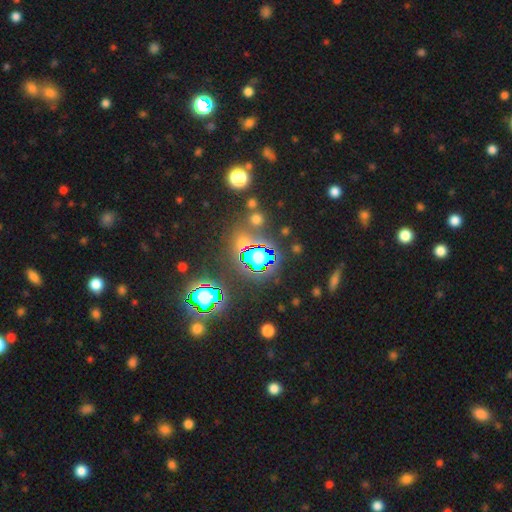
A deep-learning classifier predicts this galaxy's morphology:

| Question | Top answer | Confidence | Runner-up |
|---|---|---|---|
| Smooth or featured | star or artifact | 64% | smooth (25%) |